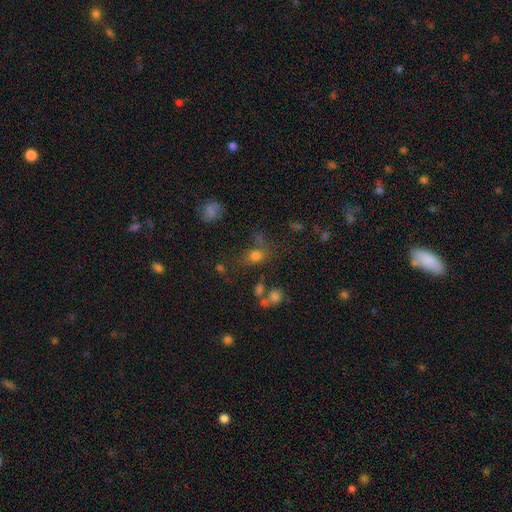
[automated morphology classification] A smooth galaxy with no disk features (73%) that is round (55%).

Vote fractions:
- Smooth or featured? smooth: 73% / star or artifact: 18% / featured or disk: 9%
- How rounded? round: 55% / in between: 42% / cigar-shaped: 2%
- Merging? none: 59% / minor disturbance: 17% / merger: 14% / major disturbance: 10%